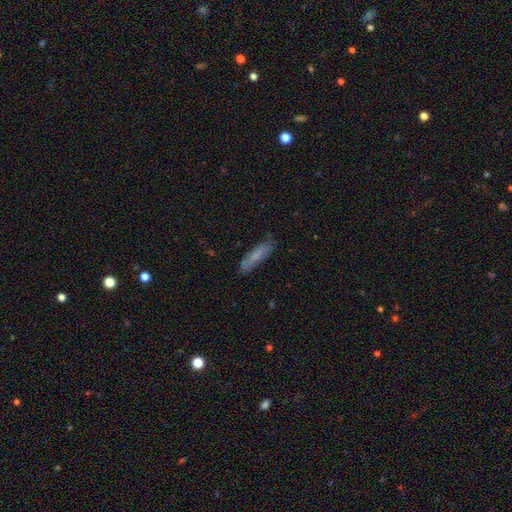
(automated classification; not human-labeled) smooth 68%, featured or disk 24%, star or artifact 7%. Down the decision tree: how rounded — cigar-shaped (76%); merging — none (81%).